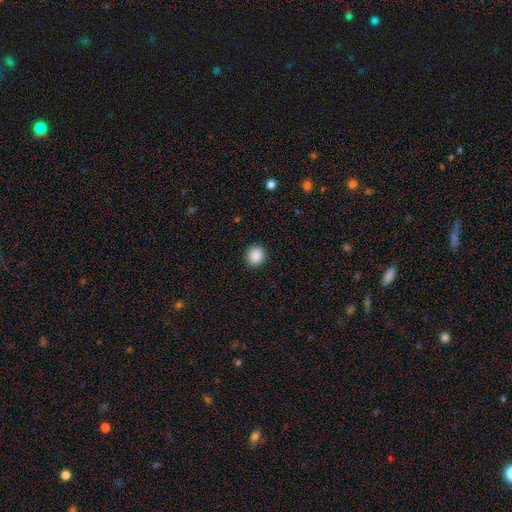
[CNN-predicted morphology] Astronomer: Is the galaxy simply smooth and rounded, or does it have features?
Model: smooth — 89%.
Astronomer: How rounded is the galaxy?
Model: round — 79%.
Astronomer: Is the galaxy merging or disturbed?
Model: none — 91%.